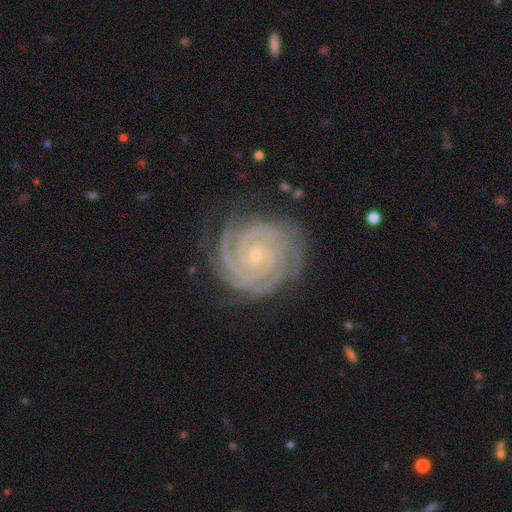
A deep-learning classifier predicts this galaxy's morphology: The model was most divided on "spiral arm count": 3: 27%, 2: 26%, 4: 19%, can't tell: 11%, more than 4: 9%, 1: 8%. More confident: spiral arms — yes (99%); edge-on disk — no (98%); smooth or featured — featured or disk (92%); spiral winding — tight (90%); bulge size — small (85%); merging — none (82%); bar — no (76%).